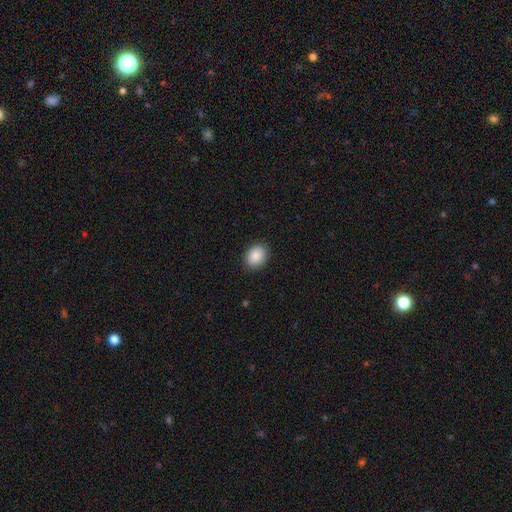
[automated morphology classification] Overall: smooth (89%). How rounded: in between (59%; round 40%). Merging: none (90%).